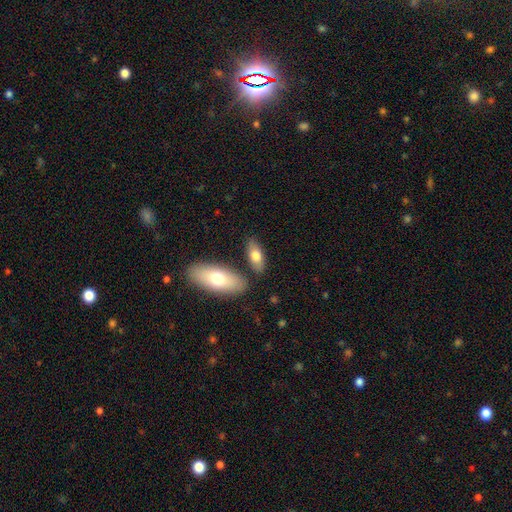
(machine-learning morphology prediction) This appears to be a smooth galaxy with no disk features (72%) that is in between round and cigar-shaped (83%). Merging: none (75%).